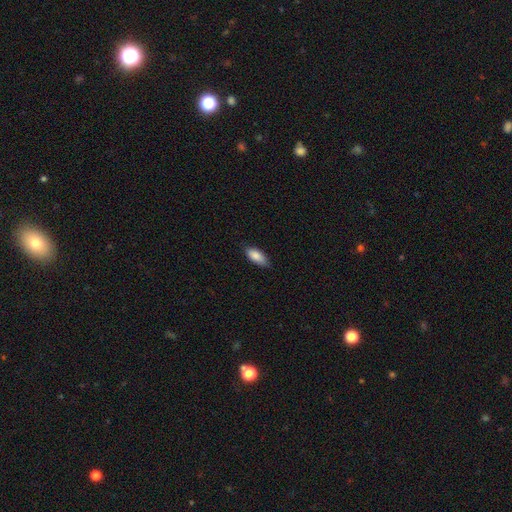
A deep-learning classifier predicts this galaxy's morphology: smooth_or_featured: smooth (p=0.86) [alt: featured or disk p=0.07]
how_rounded: in between (p=0.84) [alt: cigar-shaped p=0.14]
merging: none (p=0.78) [alt: minor disturbance p=0.18]